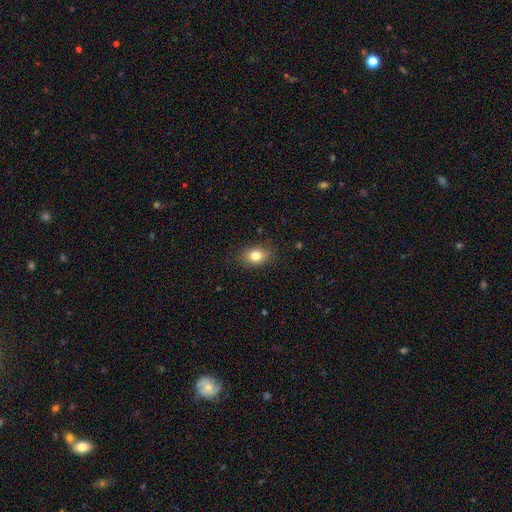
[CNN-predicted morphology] smooth_or_featured: smooth (p=0.82) [alt: star or artifact p=0.09]
how_rounded: in between (p=0.72) [alt: round p=0.27]
merging: none (p=0.85) [alt: minor disturbance p=0.11]